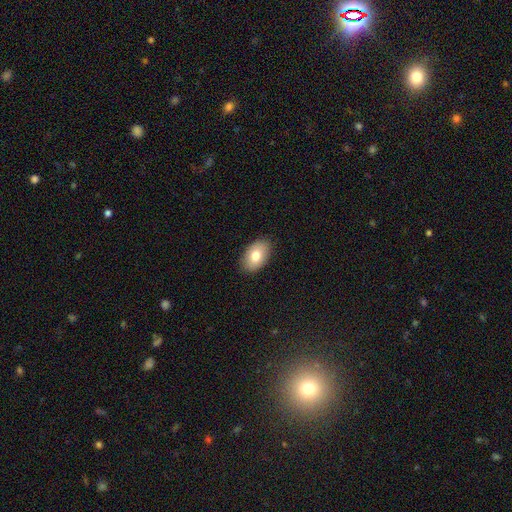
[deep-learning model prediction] This appears to be a smooth galaxy with no disk features (77%) that is in between round and cigar-shaped (90%). Merging: none (87%).